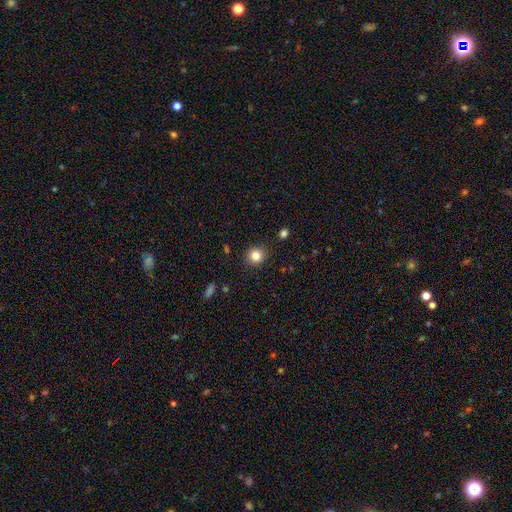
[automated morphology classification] A smooth galaxy with no disk features (82%) that is round (87%). Merging: none (90%).